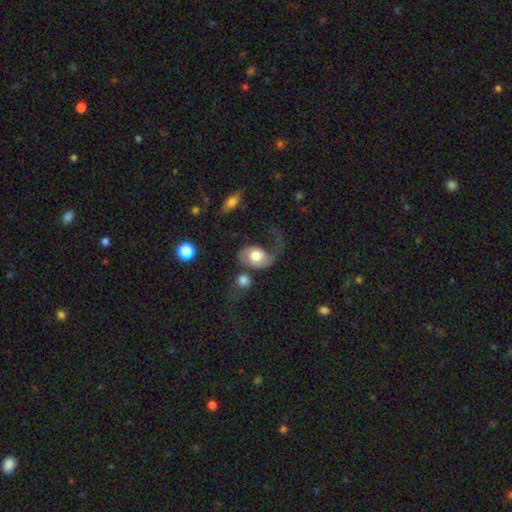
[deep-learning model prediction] Morphology: type=featured or disk (61%); edge-on=no (96%); bar=no (74%); spiral arms=yes (85%); bulge=moderate (52%); merging=major disturbance (42%).